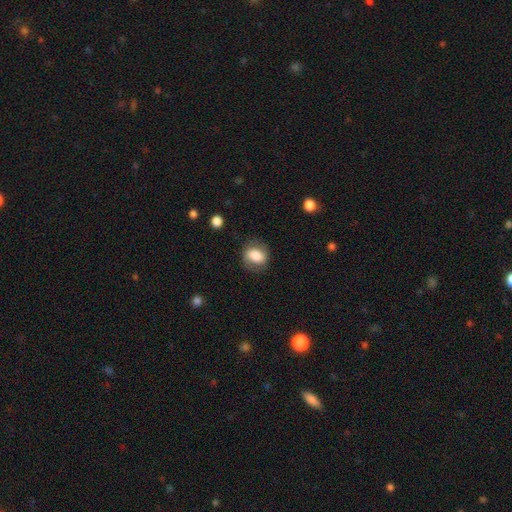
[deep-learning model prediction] Smooth or featured?
  - smooth: 72% *
  - featured or disk: 20%
  - star or artifact: 8%
How rounded?
  - in between: 53% *
  - round: 45%
  - cigar-shaped: 1%
Merging?
  - none: 74% *
  - minor disturbance: 17%
  - major disturbance: 7%
  - merger: 1%